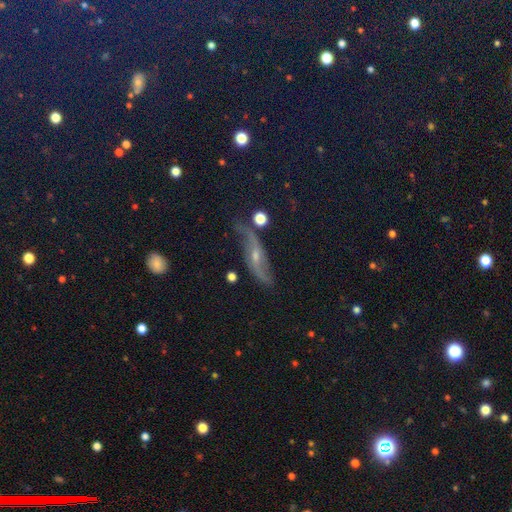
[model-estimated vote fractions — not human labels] Smooth or featured: featured or disk — 76% (smooth — 12%)
Edge-on disk: no — 82% (yes — 18%)
Bar: no — 44% (weak — 39%)
Spiral arms: yes — 91% (no — 9%)
Spiral winding: loose — 75% (medium — 17%)
Spiral arm count: 2 — 91% (can't tell — 4%)
Bulge size: small — 58% (moderate — 36%)
Merging: none — 66% (minor disturbance — 20%)